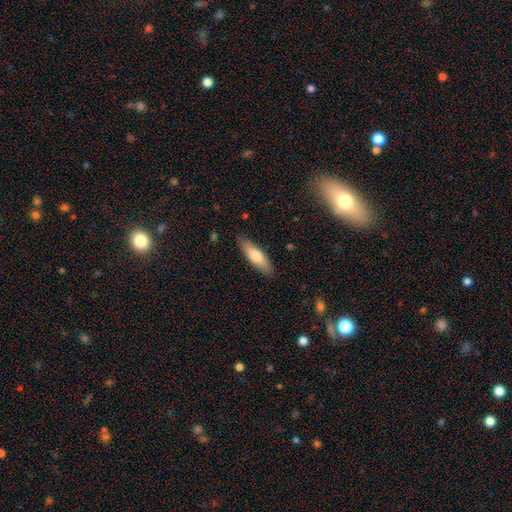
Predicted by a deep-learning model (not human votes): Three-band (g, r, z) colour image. It shows a smooth galaxy with no disk features (72%) that is cigar-shaped (55%). Merging: none (87%).